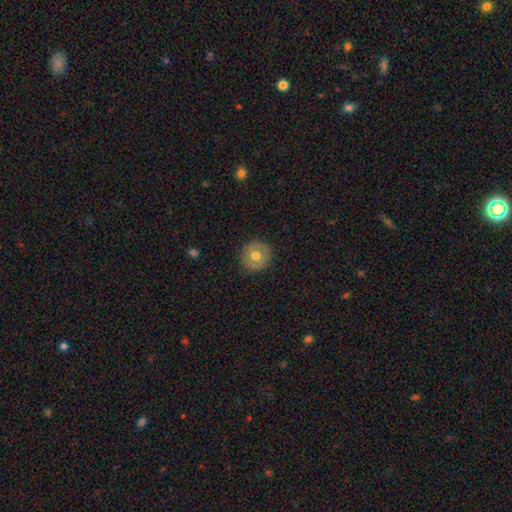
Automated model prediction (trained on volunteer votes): Smooth or featured? smooth (66%)
How rounded? round (93%)
Merging? none (89%)